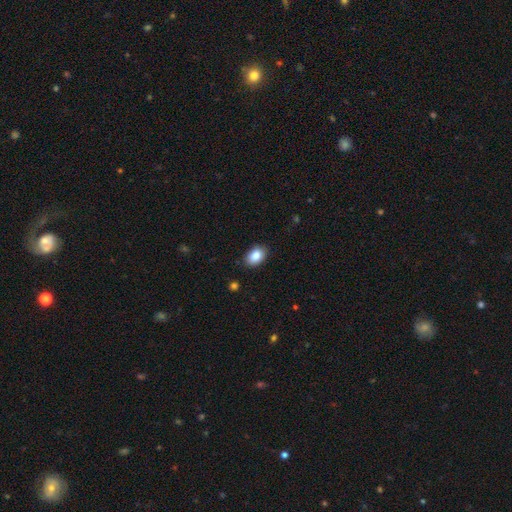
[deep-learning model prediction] Overall: smooth (87%). How rounded: in between (84%). Merging: none (87%).